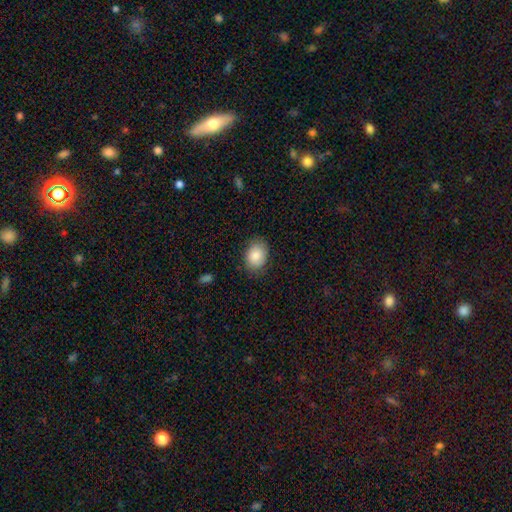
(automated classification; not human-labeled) The model was most divided on "how rounded": in between: 73%, round: 26%, cigar-shaped: 1%. More confident: smooth or featured — smooth (85%); merging — none (80%).